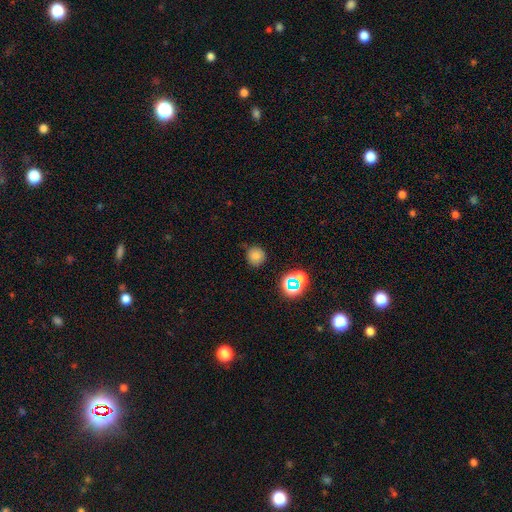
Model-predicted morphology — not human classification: Q: Smooth or featured?
A: smooth (74%); runner-up: star or artifact (19%)
Q: How rounded?
A: round (92%); runner-up: in between (7%)
Q: Merging?
A: none (79%); runner-up: minor disturbance (14%)